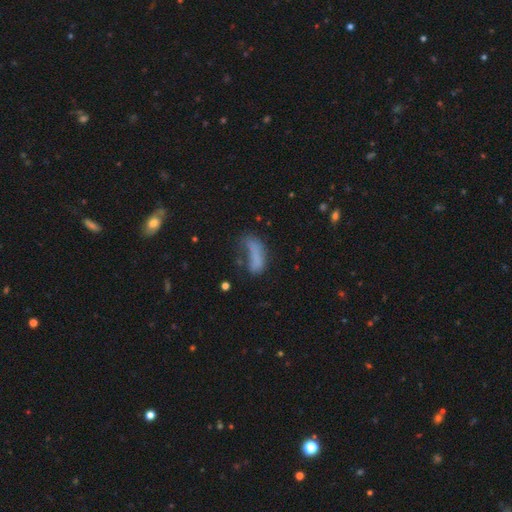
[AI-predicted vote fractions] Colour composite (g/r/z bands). It shows a smooth galaxy with no disk features (65%) that is in between round and cigar-shaped (74%). Merging: major disturbance (42%).